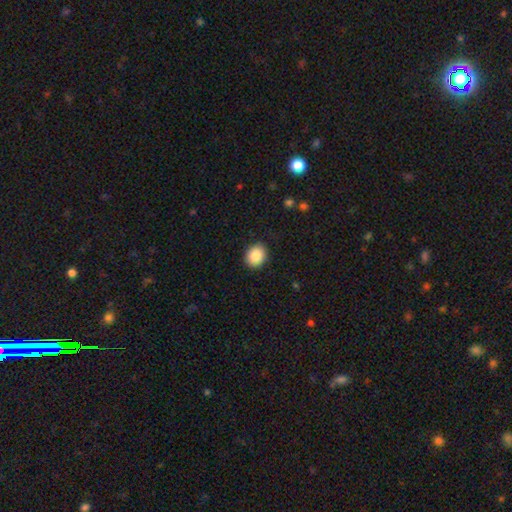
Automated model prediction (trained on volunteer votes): Smooth or featured? smooth (88%)
How rounded? round (59%)
Merging? none (89%)